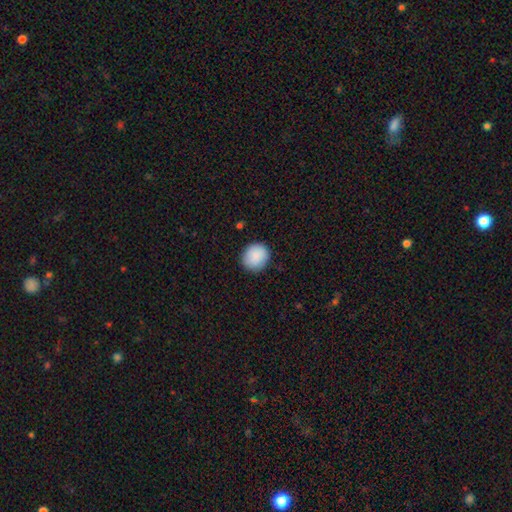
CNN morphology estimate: smooth 89%, star or artifact 7%, featured or disk 4%. Down the decision tree: how rounded — round (83%); merging — none (88%).